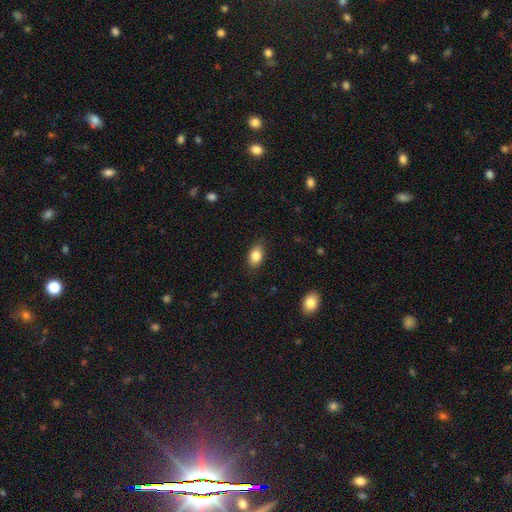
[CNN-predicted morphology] Smooth or featured: smooth — 84% (star or artifact — 8%)
How rounded: in between — 87% (round — 11%)
Merging: none — 85% (minor disturbance — 12%)